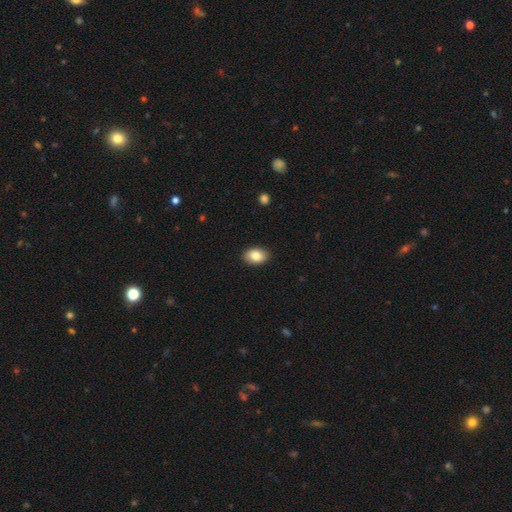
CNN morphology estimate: smooth_or_featured: smooth (p=0.85) [alt: featured or disk p=0.07]
how_rounded: in between (p=0.86) [alt: round p=0.13]
merging: none (p=0.89) [alt: minor disturbance p=0.08]